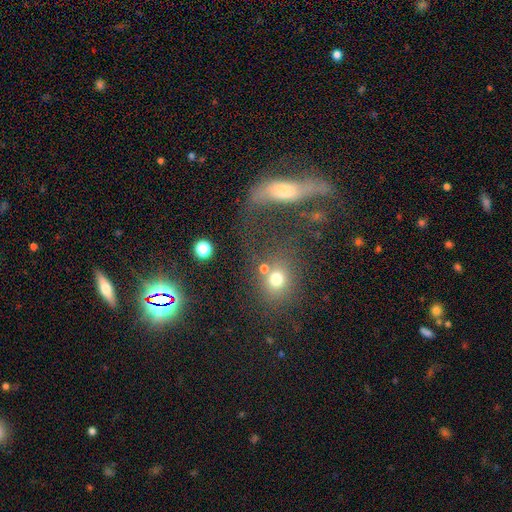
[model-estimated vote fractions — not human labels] Smooth or featured? featured or disk (39%)
Merging? merger (36%, tied with none)